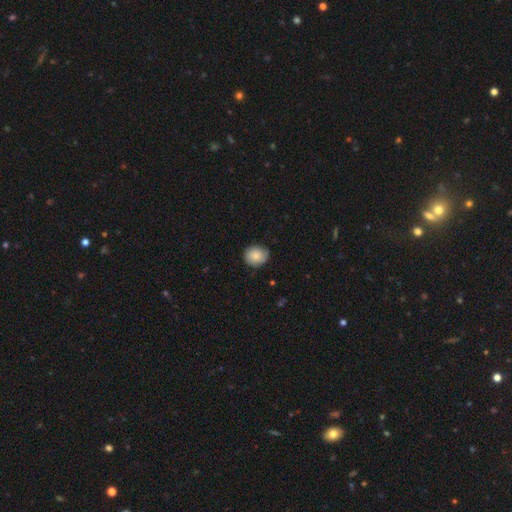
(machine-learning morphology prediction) smooth-or-featured: smooth: 80% | featured or disk: 12% | star or artifact: 7%
  how-rounded: round: 78% | in between: 21% | cigar-shaped: 1%
  merging: none: 78% | minor disturbance: 18% | major disturbance: 3% | merger: 1%